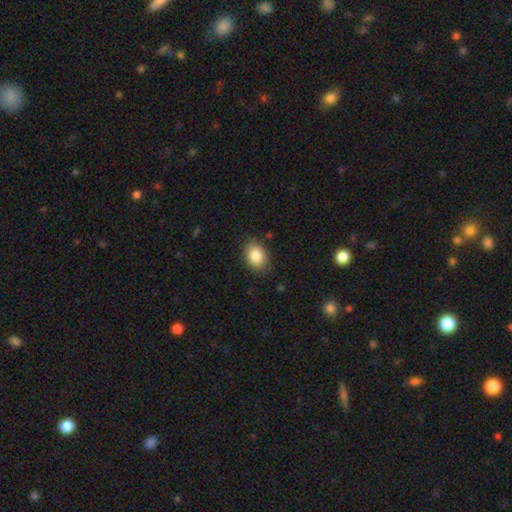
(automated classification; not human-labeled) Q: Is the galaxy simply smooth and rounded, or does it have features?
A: smooth — 85%.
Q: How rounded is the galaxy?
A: in between — 72%.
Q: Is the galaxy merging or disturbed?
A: none — 83%.